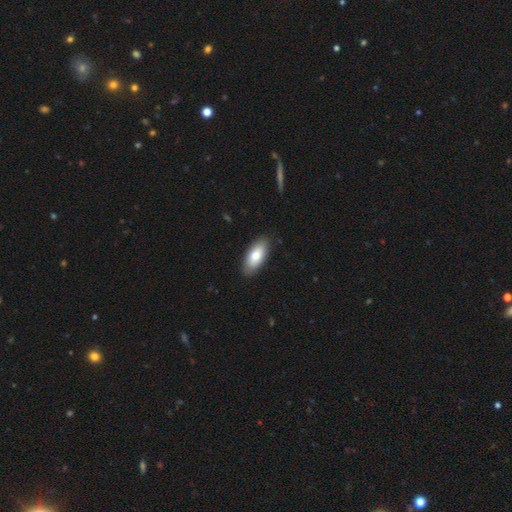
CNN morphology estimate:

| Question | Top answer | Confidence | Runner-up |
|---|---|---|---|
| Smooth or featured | smooth | 80% | featured or disk (14%) |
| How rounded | in between | 86% | cigar-shaped (12%) |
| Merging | none | 88% | minor disturbance (9%) |